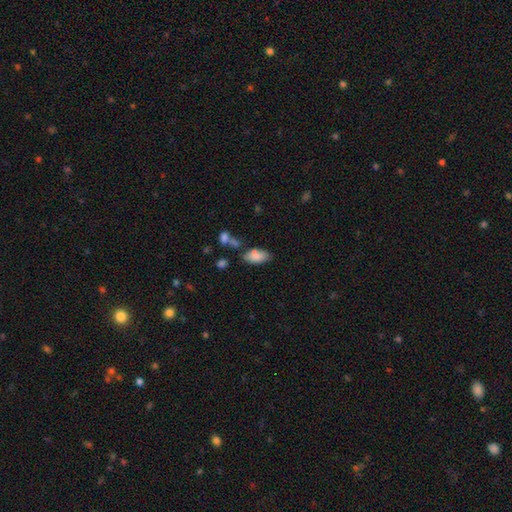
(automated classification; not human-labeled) A smooth galaxy with no disk features (83%) that is in between round and cigar-shaped (90%).

Vote fractions:
- Smooth or featured? smooth: 83% / featured or disk: 9% / star or artifact: 8%
- How rounded? in between: 90% / cigar-shaped: 7% / round: 3%
- Merging? none: 59% / minor disturbance: 22% / merger: 12% / major disturbance: 7%